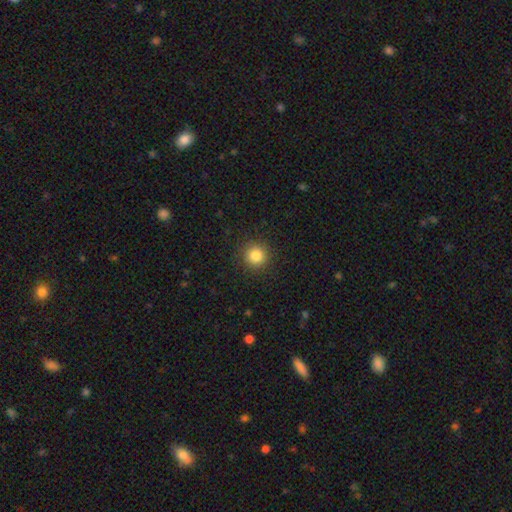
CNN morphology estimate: type=smooth (84%); roundness=round (95%); merging=none (91%).